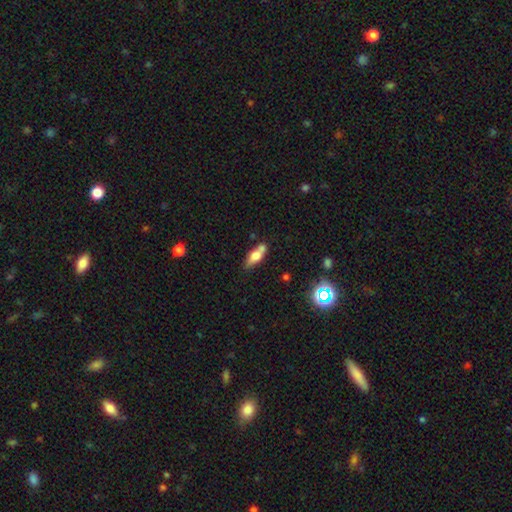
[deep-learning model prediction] smooth-or-featured: smooth: 60% | featured or disk: 32% | star or artifact: 9%
  how-rounded: in between: 60% | cigar-shaped: 36% | round: 4%
  merging: none: 57% | merger: 19% | minor disturbance: 18% | major disturbance: 5%